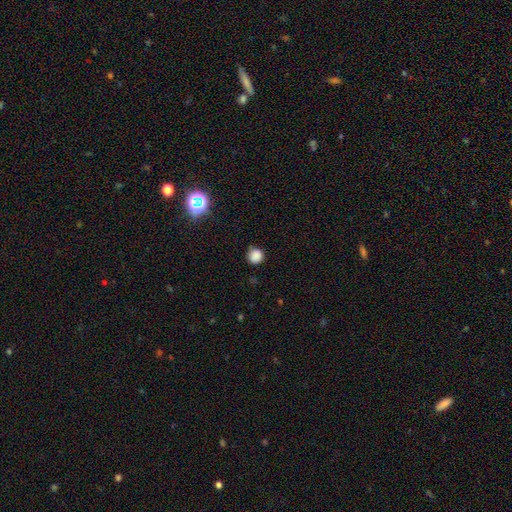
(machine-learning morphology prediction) smooth 84%, star or artifact 12%, featured or disk 4%. Down the decision tree: how rounded — round (88%); merging — none (82%).